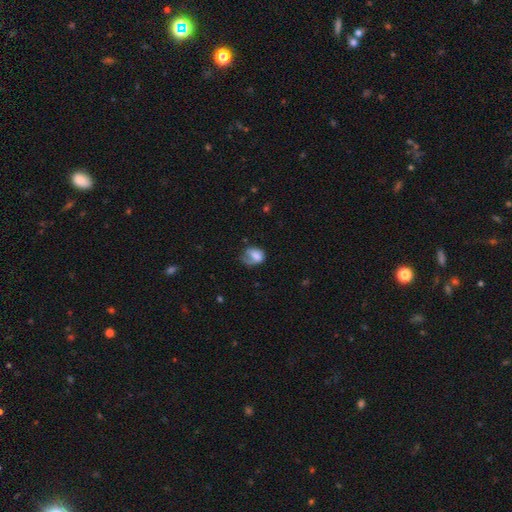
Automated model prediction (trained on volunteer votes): Morphology: type=smooth (64%); roundness=in between (66%); merging=major disturbance (40%).